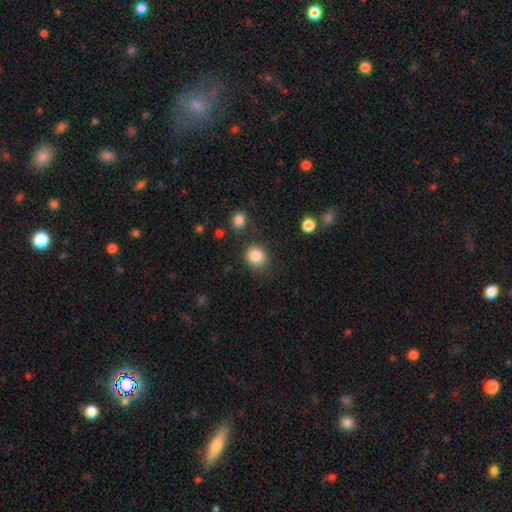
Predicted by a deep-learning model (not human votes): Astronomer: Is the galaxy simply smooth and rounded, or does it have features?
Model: smooth — 85%.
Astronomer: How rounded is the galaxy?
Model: round — 77%.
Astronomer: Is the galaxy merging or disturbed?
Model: none — 79%.